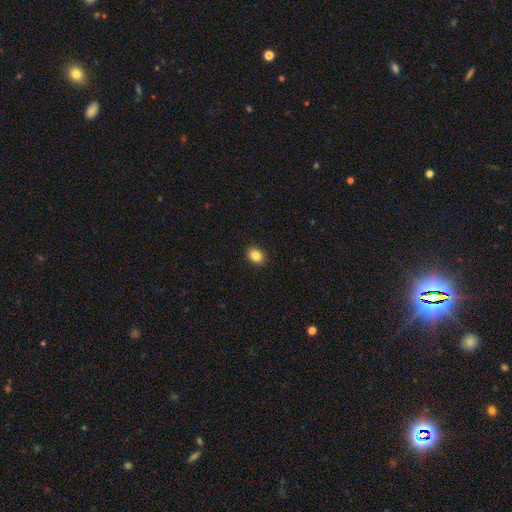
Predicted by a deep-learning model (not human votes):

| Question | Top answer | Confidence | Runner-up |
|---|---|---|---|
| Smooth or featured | smooth | 85% | star or artifact (9%) |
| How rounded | in between | 59% | round (40%) |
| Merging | none | 91% | minor disturbance (6%) |